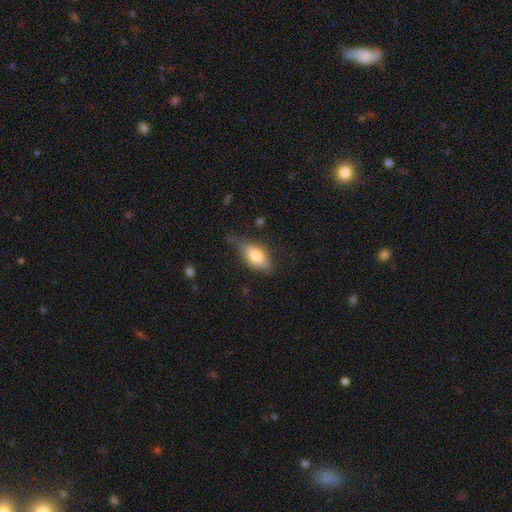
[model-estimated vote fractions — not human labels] smooth_or_featured: smooth (p=0.72) [alt: featured or disk p=0.21]
how_rounded: in between (p=0.87) [alt: cigar-shaped p=0.09]
merging: none (p=0.53) [alt: minor disturbance p=0.33]